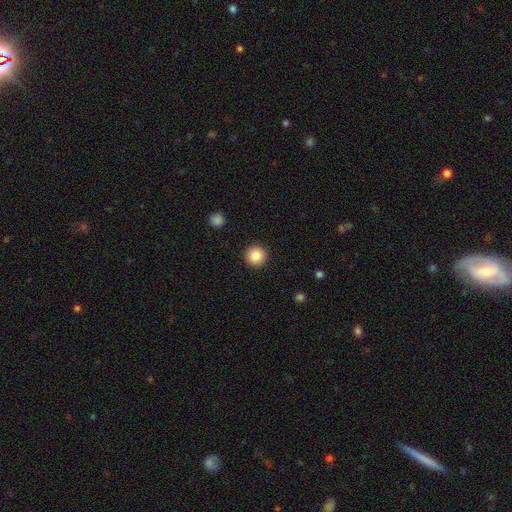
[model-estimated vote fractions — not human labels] Q: Smooth or featured?
A: smooth (87%); runner-up: star or artifact (9%)
Q: How rounded?
A: round (96%); runner-up: in between (3%)
Q: Merging?
A: none (93%); runner-up: minor disturbance (4%)